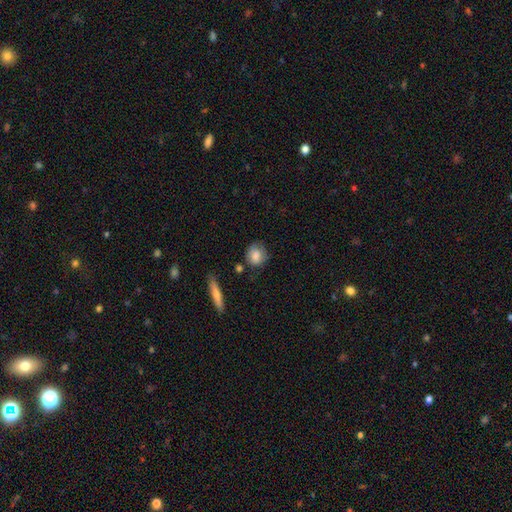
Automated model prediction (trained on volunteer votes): Q: Smooth or featured?
A: smooth (78%); runner-up: featured or disk (15%)
Q: How rounded?
A: round (70%); runner-up: in between (28%)
Q: Merging?
A: none (64%); runner-up: minor disturbance (25%)